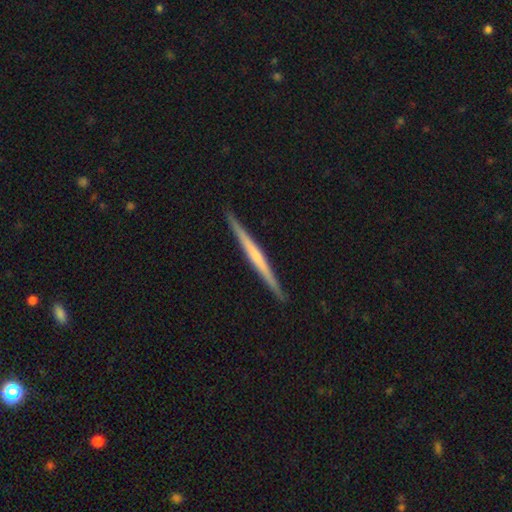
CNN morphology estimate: featured or disk 61%, smooth 34%, star or artifact 5%. Down the decision tree: edge-on disk — yes (98%); edge-on bulge — none (69%); merging — none (92%).